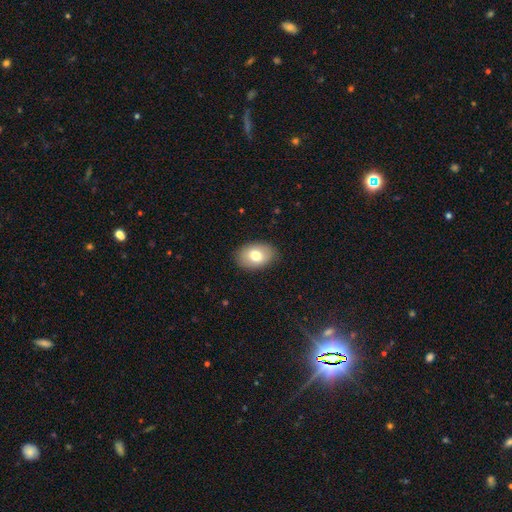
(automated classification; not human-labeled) The model was most divided on "smooth or featured": smooth: 75%, featured or disk: 18%, star or artifact: 8%. More confident: merging — none (86%); how rounded — in between (84%).